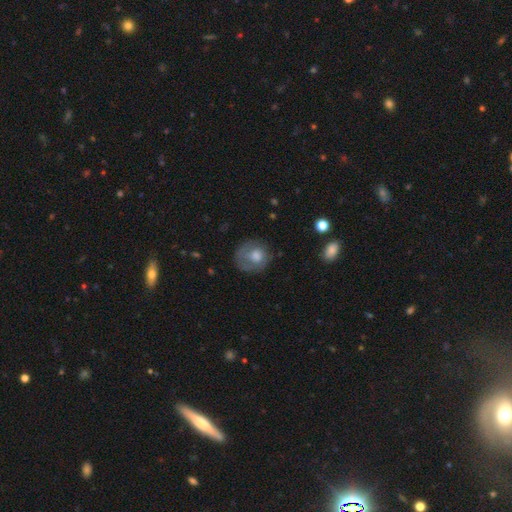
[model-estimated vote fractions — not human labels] Smooth or featured? smooth (56%)
How rounded? round (81%)
Merging? none (64%)